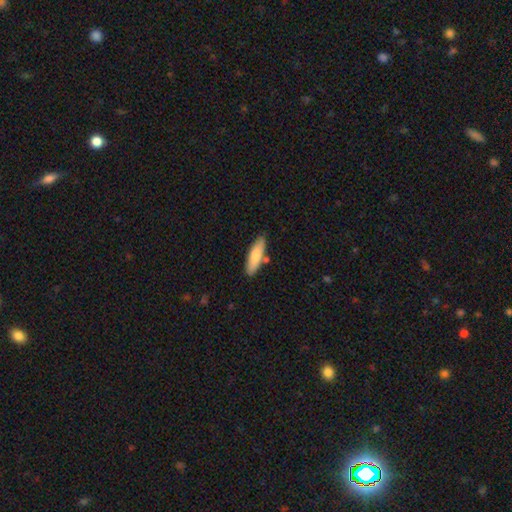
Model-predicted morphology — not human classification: smooth_or_featured: smooth (p=0.80) [alt: featured or disk p=0.14]
how_rounded: cigar-shaped (p=0.57) [alt: in between p=0.41]
merging: none (p=0.78) [alt: minor disturbance p=0.13]